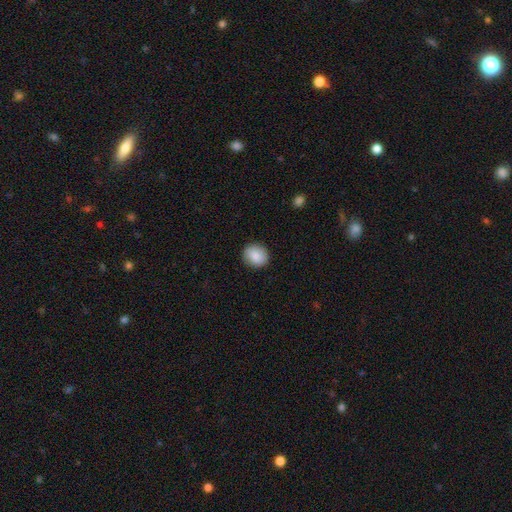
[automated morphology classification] Smooth or featured? Predicted: smooth (p=0.87). How rounded? Predicted: round (p=0.77). Merging? Predicted: none (p=0.89).